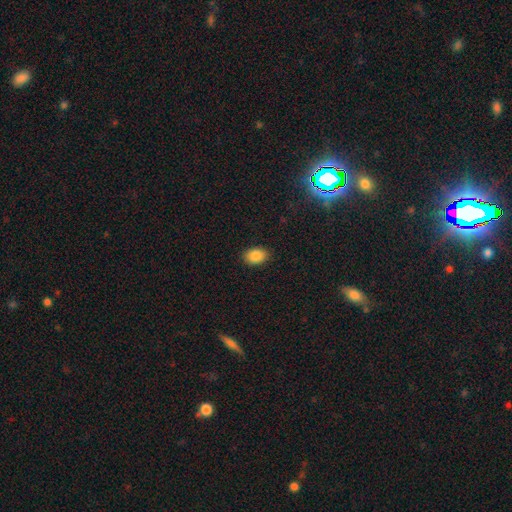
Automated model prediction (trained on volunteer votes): Q: Smooth or featured?
A: smooth (87%); runner-up: star or artifact (8%)
Q: How rounded?
A: in between (80%); runner-up: round (19%)
Q: Merging?
A: none (89%); runner-up: minor disturbance (8%)